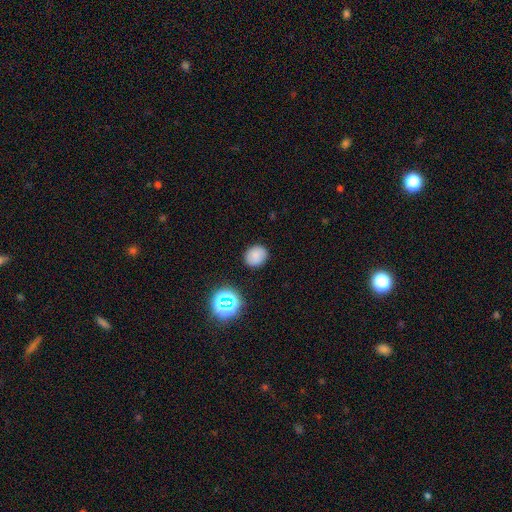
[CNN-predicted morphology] A smooth galaxy with no disk features (78%) that is round (67%). Merging: none (86%).